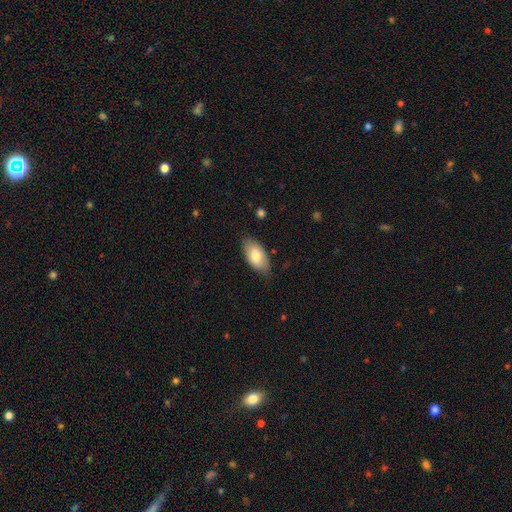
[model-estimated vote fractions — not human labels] Smooth or featured?
  - smooth: 77% *
  - featured or disk: 16%
  - star or artifact: 6%
How rounded?
  - in between: 93% *
  - cigar-shaped: 3%
  - round: 3%
Merging?
  - none: 80% *
  - minor disturbance: 16%
  - major disturbance: 3%
  - merger: 1%